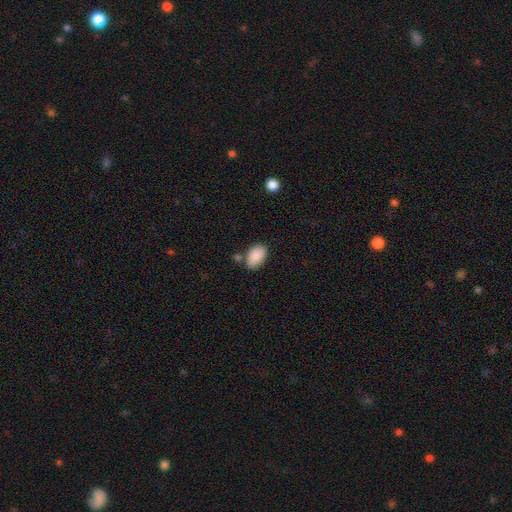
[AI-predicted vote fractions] Q: Smooth or featured?
A: smooth (89%); runner-up: star or artifact (7%)
Q: How rounded?
A: in between (91%); runner-up: round (8%)
Q: Merging?
A: none (68%); runner-up: minor disturbance (18%)